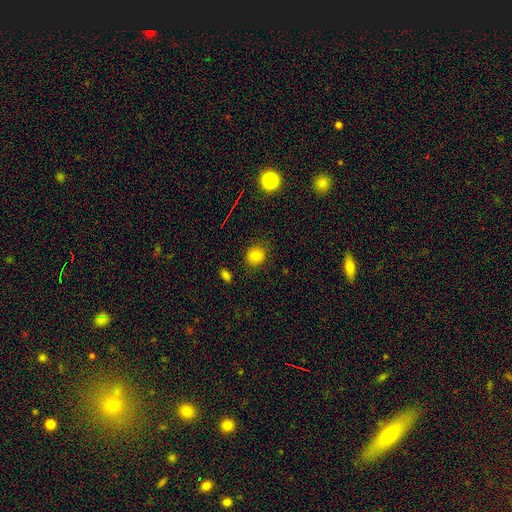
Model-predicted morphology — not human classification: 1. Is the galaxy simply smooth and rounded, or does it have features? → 78% smooth, 14% star or artifact, 7% featured or disk.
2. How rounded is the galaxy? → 78% round, 21% in between, 1% cigar-shaped.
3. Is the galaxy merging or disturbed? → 84% none, 11% minor disturbance, 3% major disturbance, 2% merger.